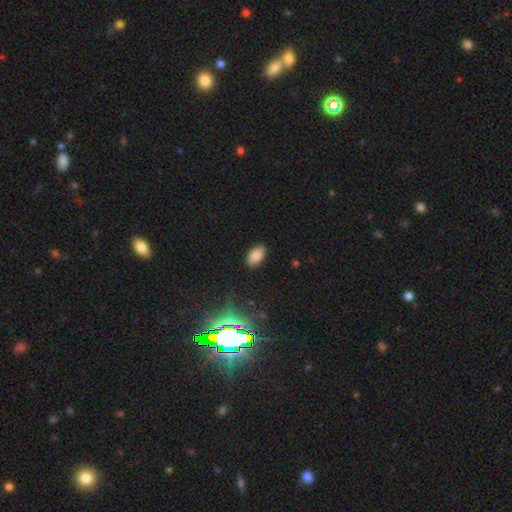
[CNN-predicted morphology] smooth 83%, star or artifact 12%, featured or disk 5%. Down the decision tree: how rounded — in between (93%); merging — none (87%).